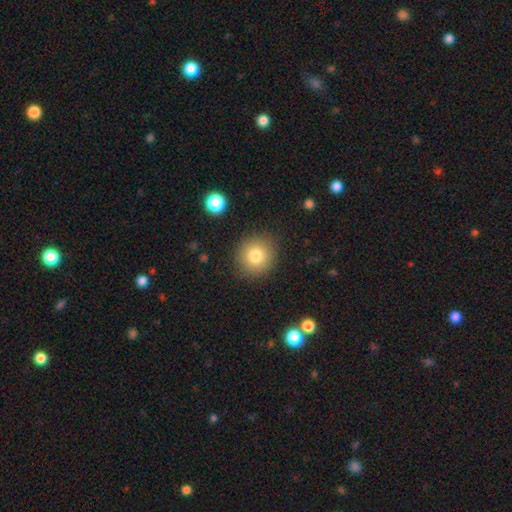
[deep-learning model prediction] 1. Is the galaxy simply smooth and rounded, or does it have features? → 79% smooth, 11% star or artifact, 10% featured or disk.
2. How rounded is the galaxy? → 88% round, 11% in between, 1% cigar-shaped.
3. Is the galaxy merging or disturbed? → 87% none, 8% minor disturbance, 3% major disturbance, 2% merger.